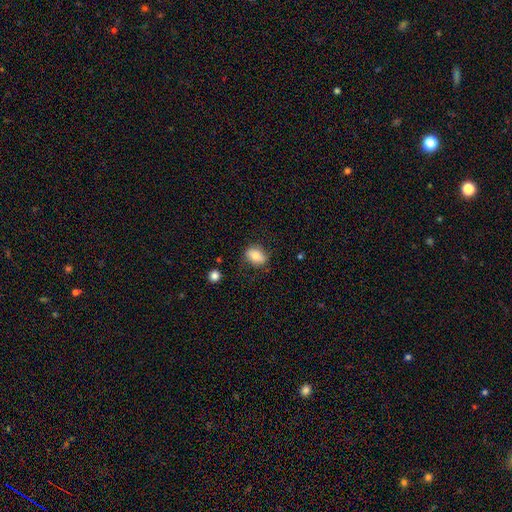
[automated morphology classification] Smooth or featured: smooth — 78% (featured or disk — 13%)
How rounded: in between — 77% (round — 21%)
Merging: none — 76% (minor disturbance — 18%)